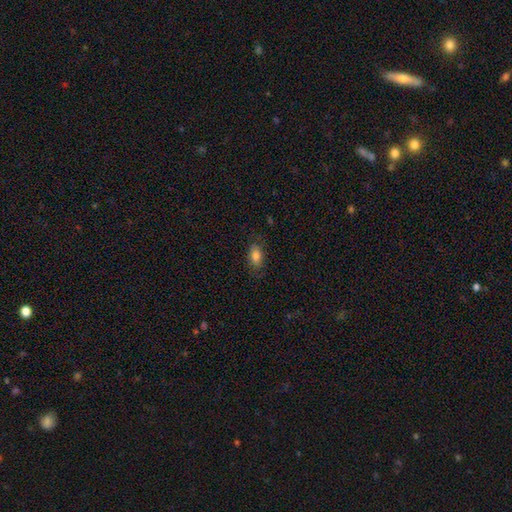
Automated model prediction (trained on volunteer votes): smooth_or_featured: smooth (p=0.78) [alt: featured or disk p=0.13]
how_rounded: in between (p=0.89) [alt: round p=0.08]
merging: none (p=0.75) [alt: minor disturbance p=0.18]